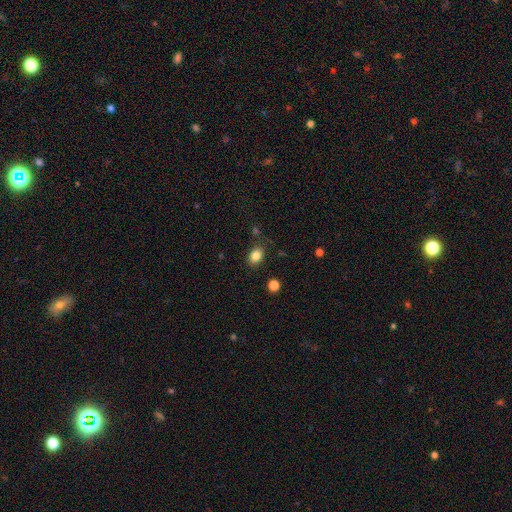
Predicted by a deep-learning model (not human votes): Smooth or featured? smooth (84%)
How rounded? in between (67%)
Merging? none (82%)